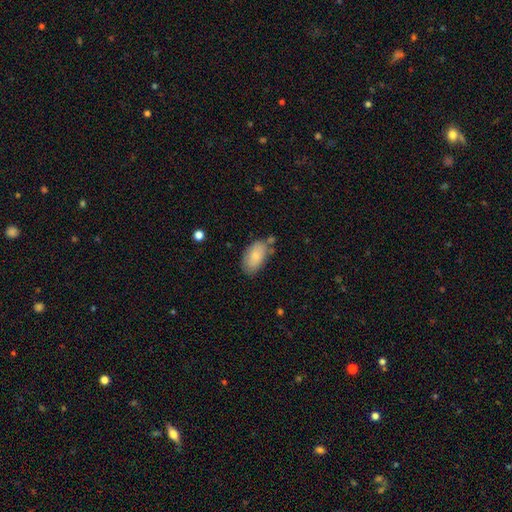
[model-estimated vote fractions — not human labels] Overall: smooth (79%). How rounded: in between (94%). Merging: none (66%).